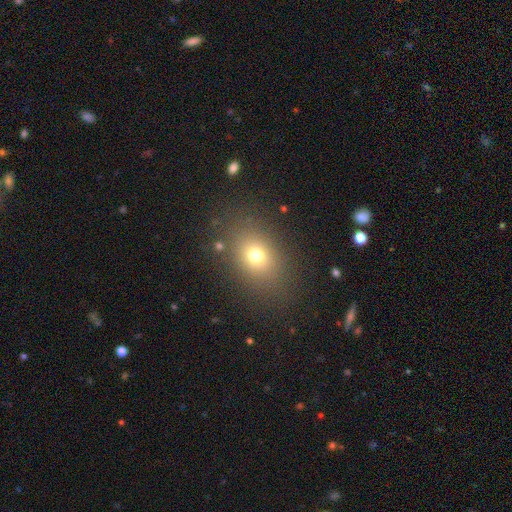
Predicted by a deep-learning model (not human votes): Morphology: type=smooth (71%); roundness=in between (56%); merging=none (82%).